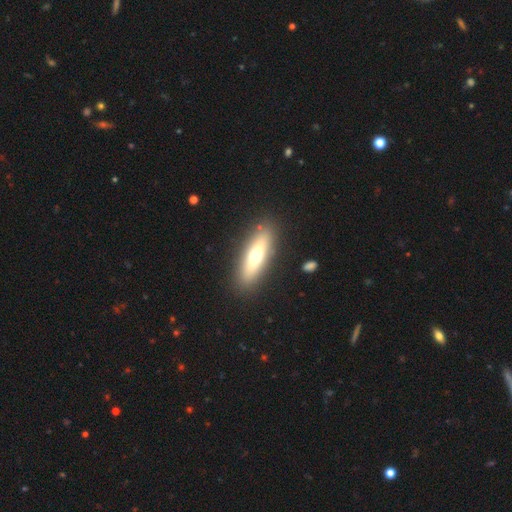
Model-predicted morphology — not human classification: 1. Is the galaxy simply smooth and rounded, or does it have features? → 57% smooth, 36% featured or disk, 7% star or artifact.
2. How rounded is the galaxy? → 55% cigar-shaped, 43% in between, 2% round.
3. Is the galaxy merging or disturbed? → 87% none, 8% minor disturbance, 3% major disturbance, 2% merger.